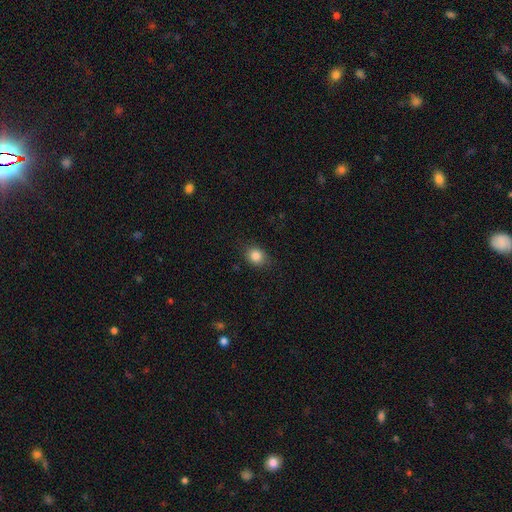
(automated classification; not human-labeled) Smooth or featured?
  - smooth: 85% *
  - star or artifact: 10%
  - featured or disk: 5%
How rounded?
  - round: 62% *
  - in between: 37%
  - cigar-shaped: 1%
Merging?
  - none: 84% *
  - minor disturbance: 12%
  - major disturbance: 3%
  - merger: 1%